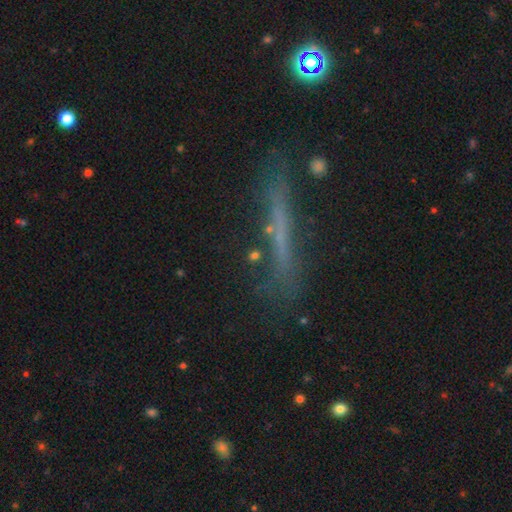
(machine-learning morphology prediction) Smooth or featured?
  - smooth: 41% *
  - featured or disk: 37%
  - star or artifact: 22%
Merging?
  - none: 71% *
  - minor disturbance: 17%
  - major disturbance: 7%
  - merger: 5%